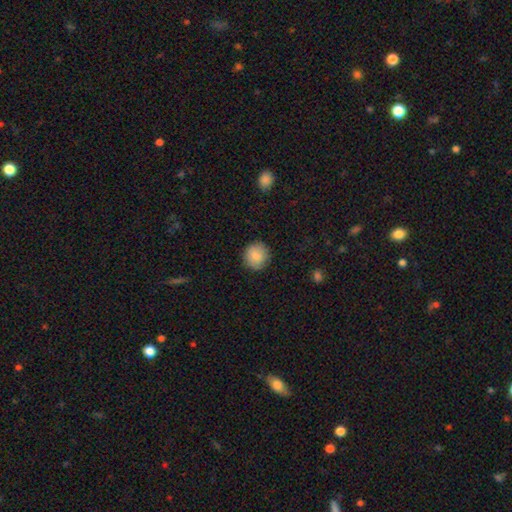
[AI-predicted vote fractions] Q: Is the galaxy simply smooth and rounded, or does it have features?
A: smooth — 86%.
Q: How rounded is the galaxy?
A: round — 91%.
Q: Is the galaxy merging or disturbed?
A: none — 89%.